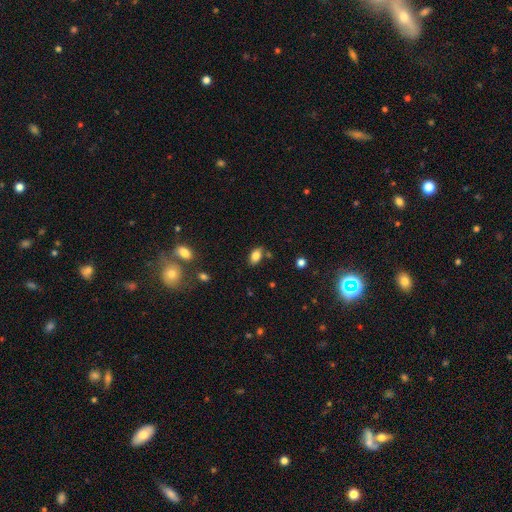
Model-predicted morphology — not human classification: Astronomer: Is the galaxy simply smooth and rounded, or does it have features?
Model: smooth — 83%.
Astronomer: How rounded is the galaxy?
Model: in between — 91%.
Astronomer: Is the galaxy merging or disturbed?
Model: none — 79%.